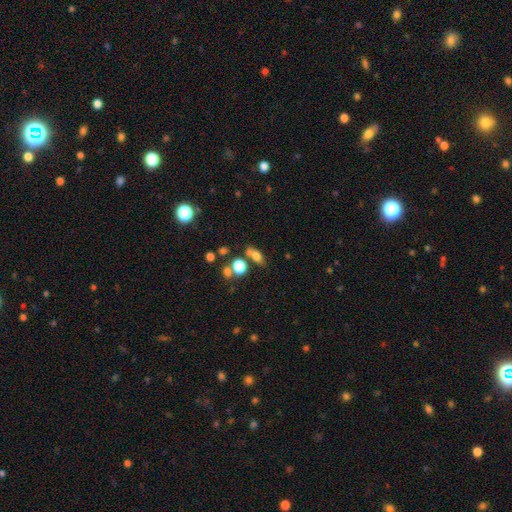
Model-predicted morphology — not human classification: A smooth galaxy with no disk features (71%) that is in between round and cigar-shaped (67%). Merging: none (54%).